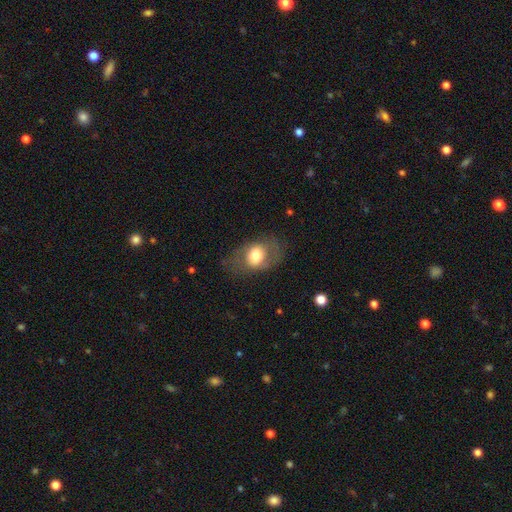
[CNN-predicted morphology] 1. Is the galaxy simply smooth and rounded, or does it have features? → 61% smooth, 31% featured or disk, 7% star or artifact.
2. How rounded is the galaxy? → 71% in between, 27% round, 1% cigar-shaped.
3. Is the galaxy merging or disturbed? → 67% none, 18% minor disturbance, 13% major disturbance, 1% merger.